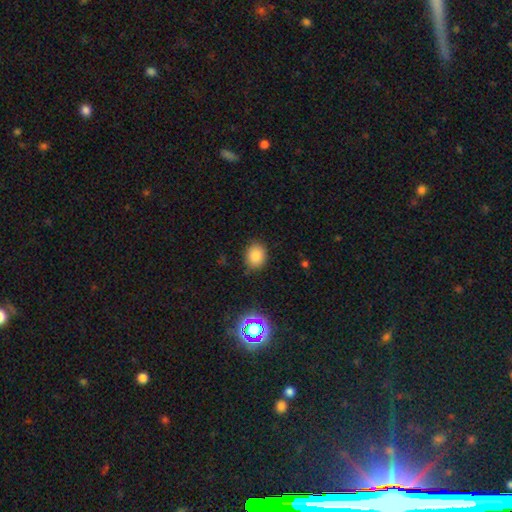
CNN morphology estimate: This is clearly a smooth galaxy (82%). How rounded: possibly round (54%). Merging: clearly none (81%).